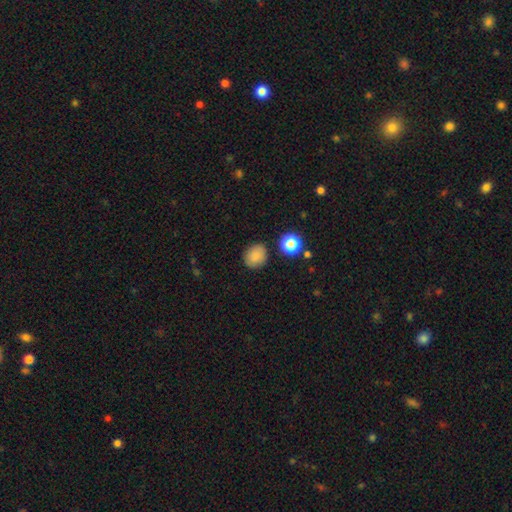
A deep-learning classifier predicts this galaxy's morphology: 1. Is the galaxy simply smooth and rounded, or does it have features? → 84% smooth, 11% star or artifact, 5% featured or disk.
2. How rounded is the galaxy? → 64% round, 35% in between, 1% cigar-shaped.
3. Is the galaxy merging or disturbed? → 84% none, 10% minor disturbance, 3% major disturbance, 3% merger.